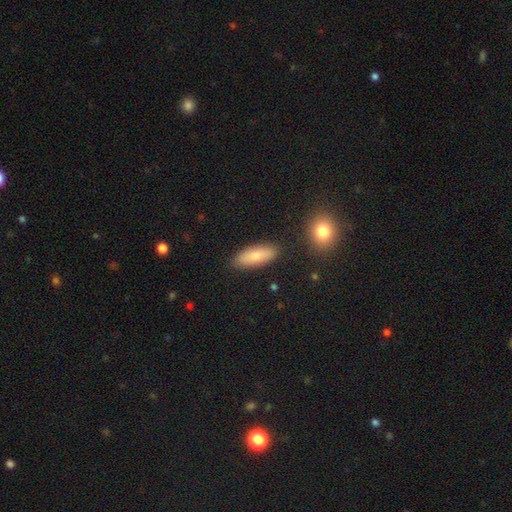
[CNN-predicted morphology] This appears to be a smooth galaxy with no disk features (79%) that is in between round and cigar-shaped (70%). Merging: none (85%).